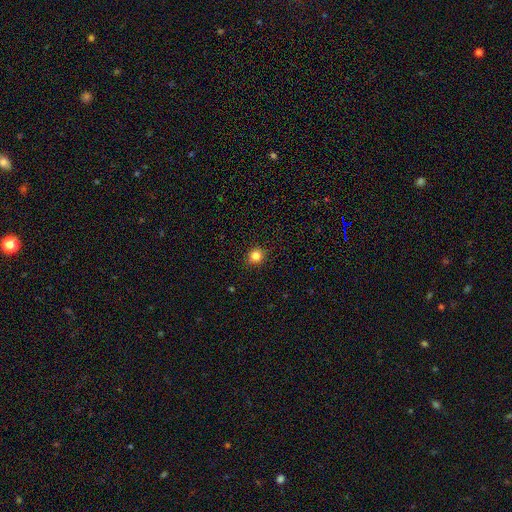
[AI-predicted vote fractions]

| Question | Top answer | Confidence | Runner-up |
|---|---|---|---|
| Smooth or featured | smooth | 82% | star or artifact (13%) |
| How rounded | round | 90% | in between (9%) |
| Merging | none | 91% | minor disturbance (6%) |